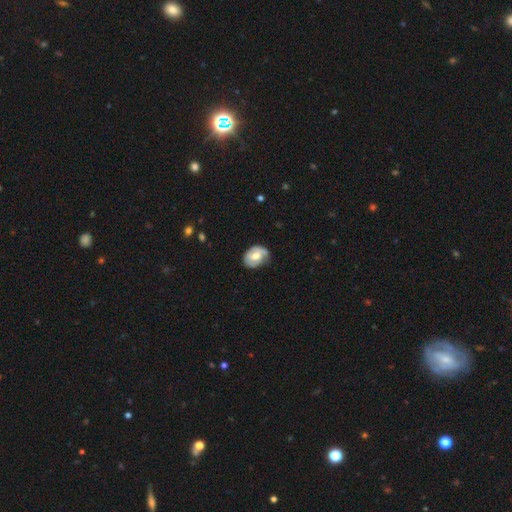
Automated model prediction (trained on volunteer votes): Smooth or featured? featured or disk (55%)
Edge-on disk? no (96%)
Bar? no (55%)
Spiral arms? yes (72%)
Bulge size? moderate (69%)
Merging? none (58%)